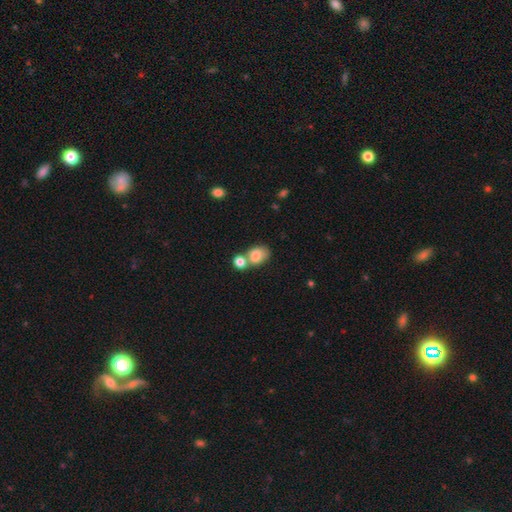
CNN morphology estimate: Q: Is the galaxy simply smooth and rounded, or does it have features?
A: smooth — 80%.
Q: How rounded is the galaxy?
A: in between — 66%.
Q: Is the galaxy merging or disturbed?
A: merger — 49%.